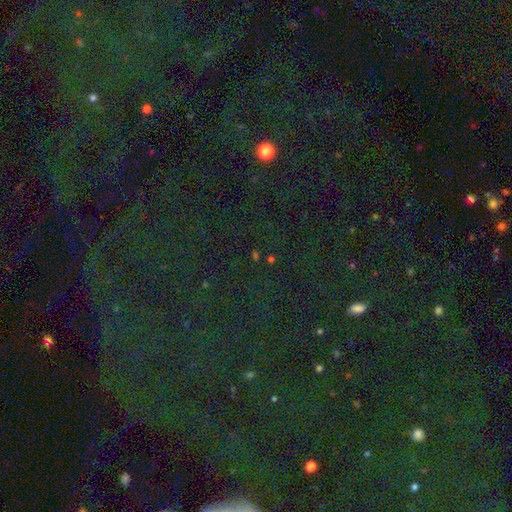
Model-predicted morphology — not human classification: Smooth or featured?
  - star or artifact: 73% *
  - smooth: 19%
  - featured or disk: 8%